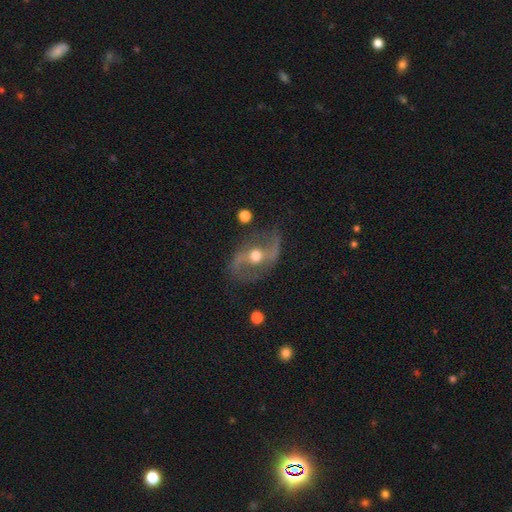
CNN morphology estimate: Smooth or featured?
  - featured or disk: 84% *
  - smooth: 10%
  - star or artifact: 6%
Edge-on disk?
  - no: 95% *
  - yes: 5%
Bar?
  - no: 40% *
  - weak: 34%
  - strong: 26%
Spiral arms?
  - yes: 88% *
  - no: 12%
Spiral winding?
  - loose: 59% *
  - medium: 33%
  - tight: 8%
Spiral arm count?
  - 2: 93% *
  - can't tell: 3%
  - 1: 2%
  - 3: 1%
  - 4: 1%
  - more than 4: 1%
Bulge size?
  - moderate: 76% *
  - small: 11%
  - large: 10%
  - dominant: 1%
  - none: 1%
Merging?
  - none: 72% *
  - minor disturbance: 16%
  - major disturbance: 9%
  - merger: 3%